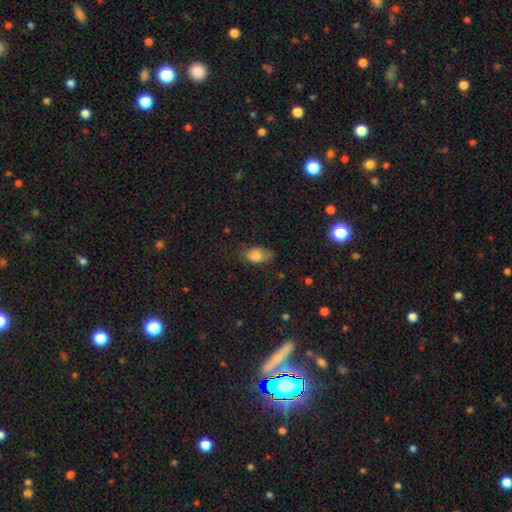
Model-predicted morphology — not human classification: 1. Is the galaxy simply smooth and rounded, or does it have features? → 82% smooth, 9% featured or disk, 9% star or artifact.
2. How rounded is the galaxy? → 89% in between, 8% round, 3% cigar-shaped.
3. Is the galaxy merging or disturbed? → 66% none, 25% minor disturbance, 8% major disturbance, 1% merger.